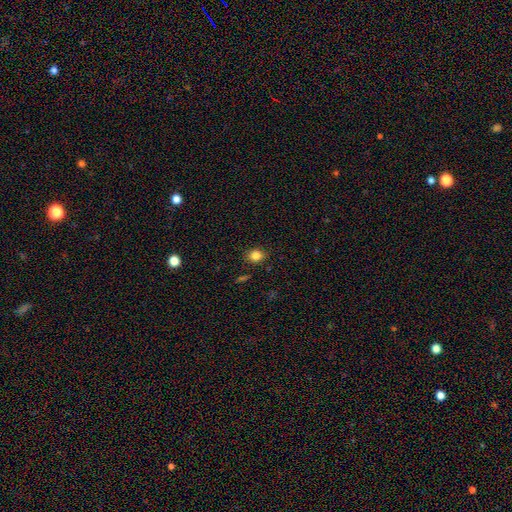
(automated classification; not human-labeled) Q: Smooth or featured?
A: smooth (83%); runner-up: star or artifact (12%)
Q: How rounded?
A: round (63%); runner-up: in between (36%)
Q: Merging?
A: none (87%); runner-up: minor disturbance (9%)